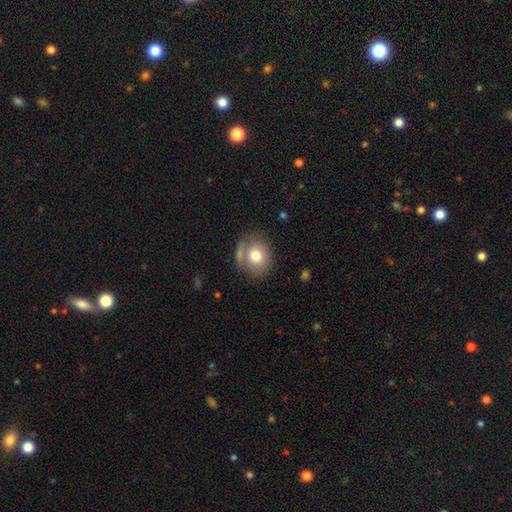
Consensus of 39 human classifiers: This appears to be a smooth galaxy with no disk features (69%) that is in between round and cigar-shaped (52%). Merging: none (56%).